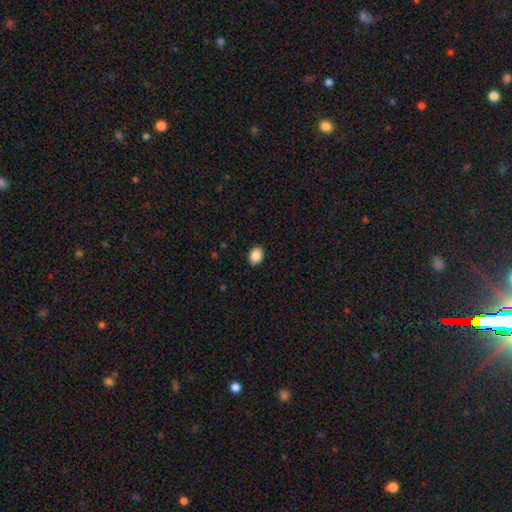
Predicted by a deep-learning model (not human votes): This appears to be a smooth galaxy with no disk features (88%) that is in between round and cigar-shaped (75%). Merging: none (89%).